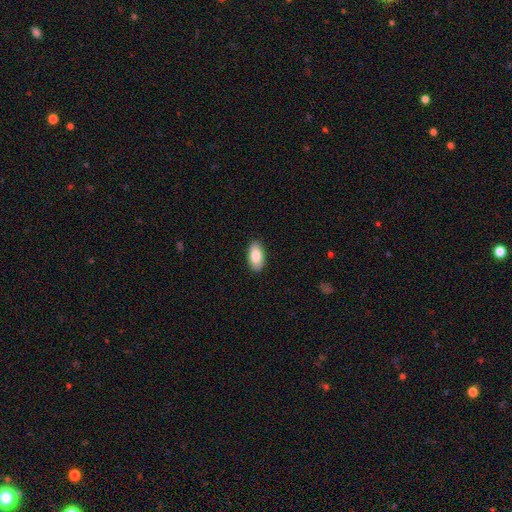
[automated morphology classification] Smooth or featured? Predicted: smooth (p=0.86). How rounded? Predicted: in between (p=0.94). Merging? Predicted: none (p=0.89).